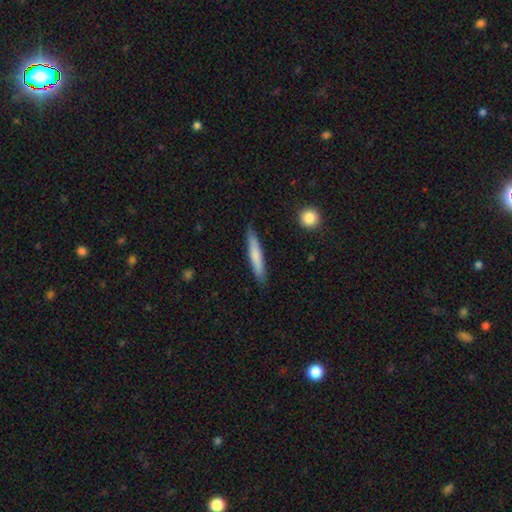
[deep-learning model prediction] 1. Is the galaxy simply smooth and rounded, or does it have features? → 72% smooth, 23% featured or disk, 5% star or artifact.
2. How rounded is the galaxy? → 93% cigar-shaped, 6% in between, 1% round.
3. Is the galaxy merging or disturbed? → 88% none, 9% minor disturbance, 2% major disturbance, 1% merger.